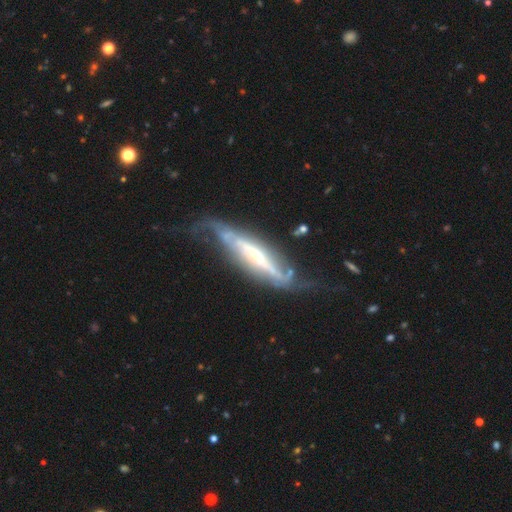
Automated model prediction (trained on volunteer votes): Smooth or featured? Predicted: featured or disk (p=0.81). Edge-on disk? Predicted: yes (p=0.59). Merging? Predicted: none (p=0.45).